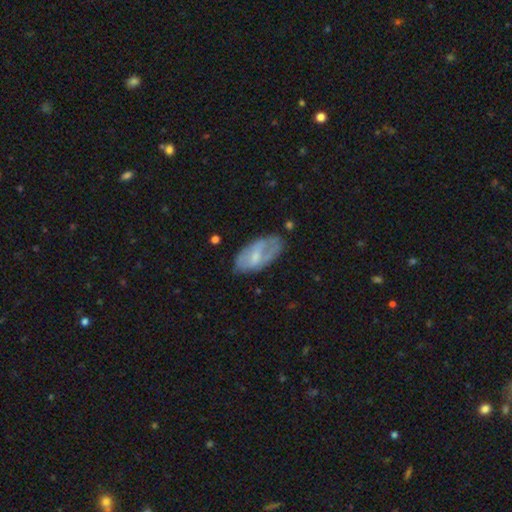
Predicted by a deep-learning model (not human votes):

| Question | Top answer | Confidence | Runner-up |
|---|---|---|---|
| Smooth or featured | featured or disk | 50% | smooth (43%) |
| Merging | none | 54% | minor disturbance (29%) |